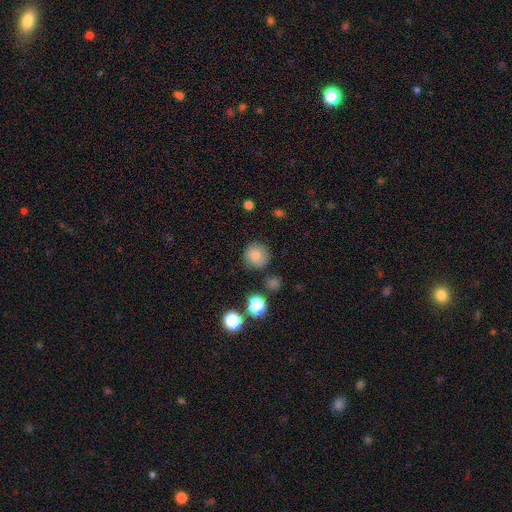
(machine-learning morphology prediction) This appears to be a smooth galaxy with no disk features (82%) that is round (90%). Merging: none (82%).